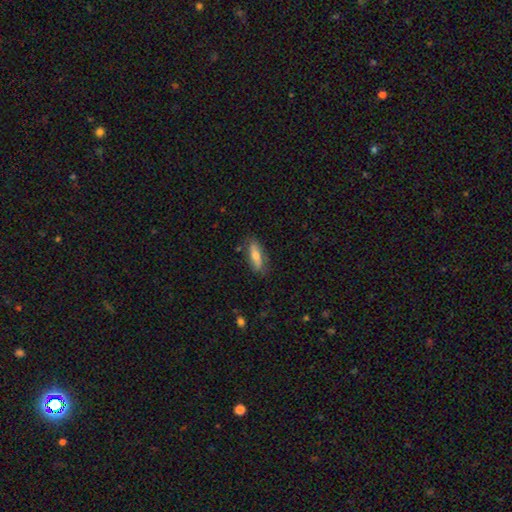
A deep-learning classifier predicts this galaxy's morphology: Smooth or featured?
  - smooth: 65% *
  - featured or disk: 28%
  - star or artifact: 7%
How rounded?
  - cigar-shaped: 49% * (tied)
  - in between: 49% * (tied)
  - round: 3%
Merging?
  - none: 81% *
  - minor disturbance: 15%
  - major disturbance: 3%
  - merger: 2%